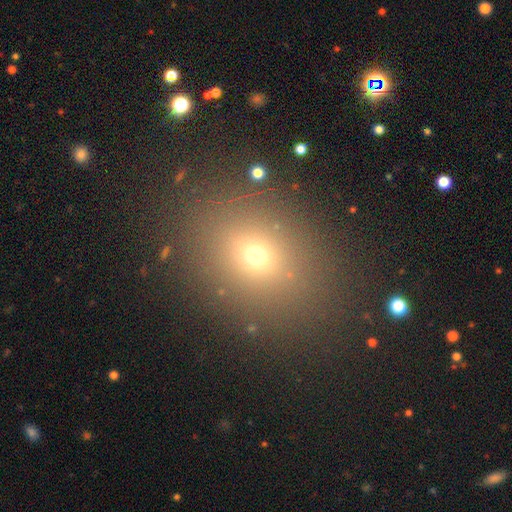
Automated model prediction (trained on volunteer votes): Q: Smooth or featured?
A: smooth (65%); runner-up: star or artifact (24%)
Q: How rounded?
A: in between (53%); runner-up: round (45%)
Q: Merging?
A: none (85%); runner-up: minor disturbance (8%)